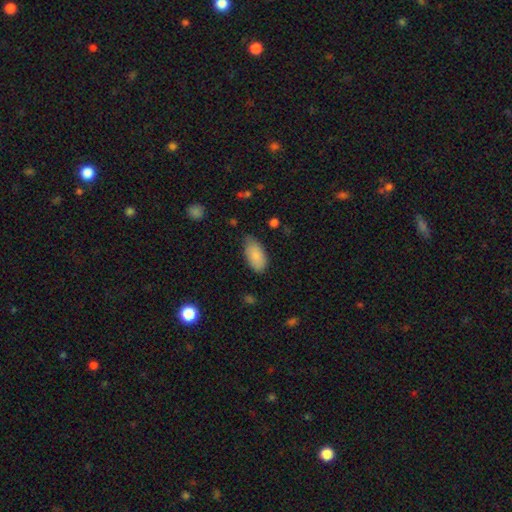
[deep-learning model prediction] Smooth or featured?
  - smooth: 86% *
  - featured or disk: 7%
  - star or artifact: 6%
How rounded?
  - in between: 94% *
  - cigar-shaped: 4%
  - round: 3%
Merging?
  - none: 69% *
  - minor disturbance: 25%
  - major disturbance: 4%
  - merger: 2%